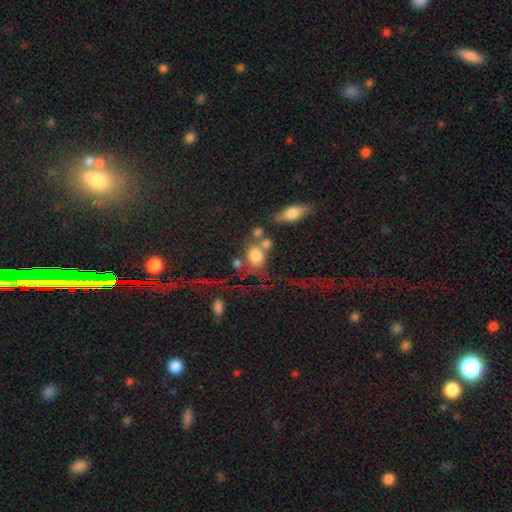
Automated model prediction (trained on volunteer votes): A smooth galaxy with no disk features (73%) that is in between round and cigar-shaped (49%). Merging: none (39%).